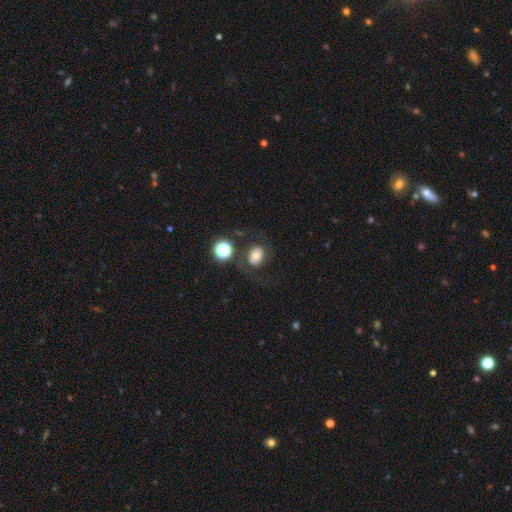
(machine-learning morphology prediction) type=smooth (59%); roundness=round (60%); merging=none (65%).